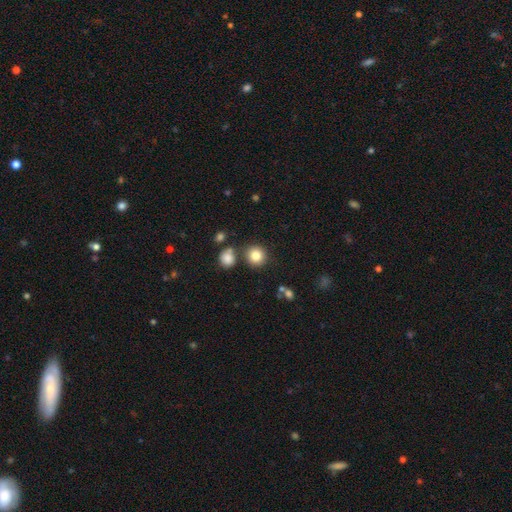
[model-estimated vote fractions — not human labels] Smooth or featured? smooth (83%)
How rounded? round (90%)
Merging? none (78%)